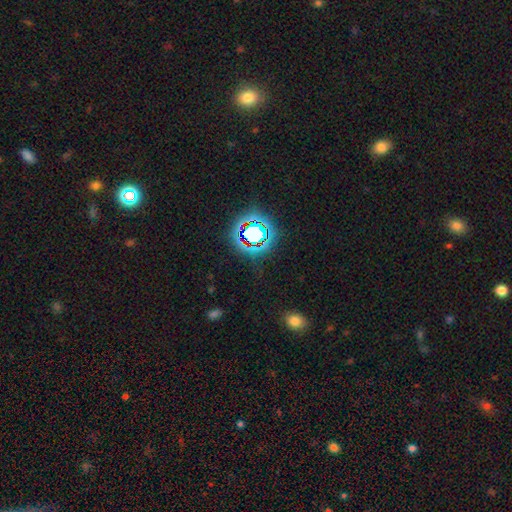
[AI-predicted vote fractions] smooth-or-featured: star or artifact: 75% | smooth: 17% | featured or disk: 9%